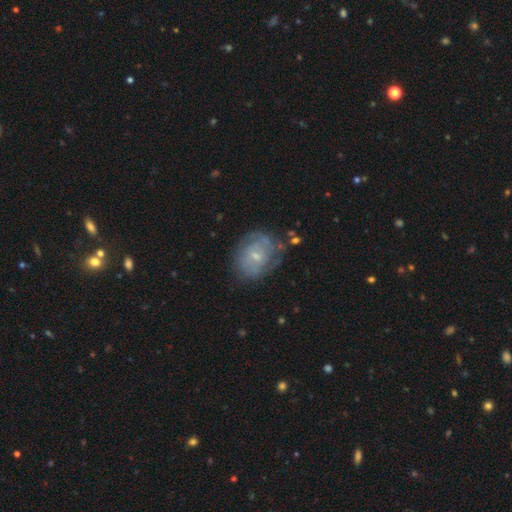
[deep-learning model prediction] Q: Smooth or featured?
A: featured or disk (60%); runner-up: smooth (31%)
Q: Edge-on disk?
A: no (97%); runner-up: yes (3%)
Q: Bar?
A: no (61%); runner-up: weak (34%)
Q: Spiral arms?
A: yes (70%); runner-up: no (30%)
Q: Bulge size?
A: small (64%); runner-up: moderate (30%)
Q: Merging?
A: none (65%); runner-up: minor disturbance (22%)